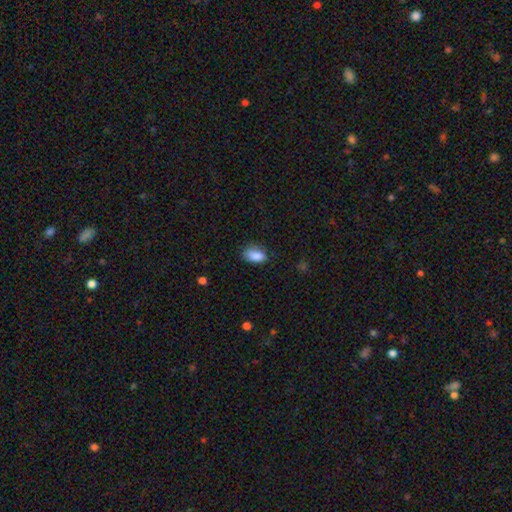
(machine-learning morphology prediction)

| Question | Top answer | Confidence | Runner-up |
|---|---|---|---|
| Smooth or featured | smooth | 87% | star or artifact (8%) |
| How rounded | in between | 91% | round (6%) |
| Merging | none | 69% | minor disturbance (24%) |